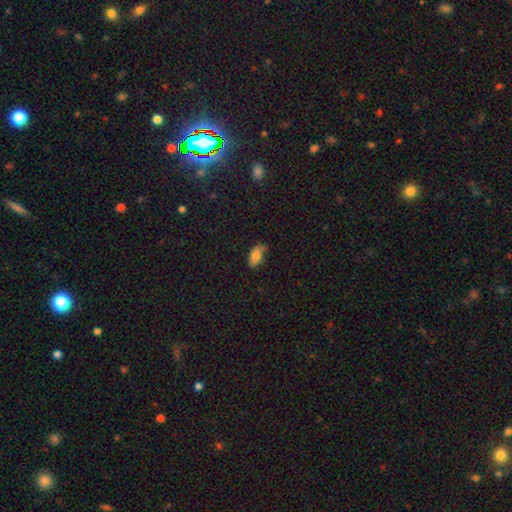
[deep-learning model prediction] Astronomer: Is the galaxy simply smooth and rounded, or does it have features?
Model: smooth — 79%.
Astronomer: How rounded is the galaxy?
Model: in between — 92%.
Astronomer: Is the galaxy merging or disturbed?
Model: none — 61%.